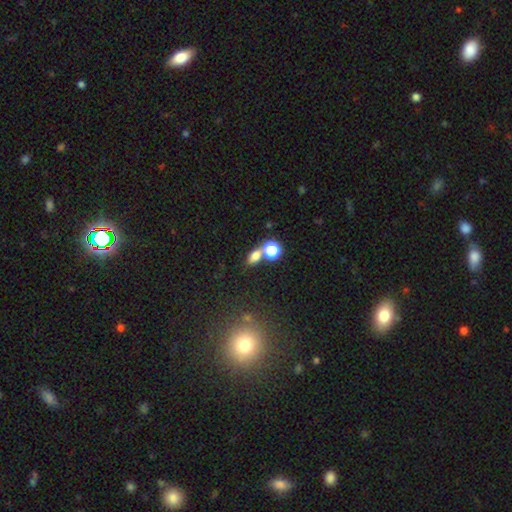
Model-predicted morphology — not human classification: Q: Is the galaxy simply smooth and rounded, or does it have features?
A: smooth — 71%.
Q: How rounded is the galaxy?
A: in between — 72%.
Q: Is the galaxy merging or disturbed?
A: none — 59%.